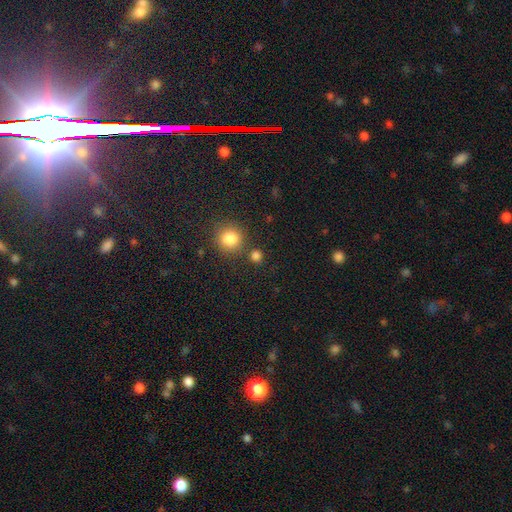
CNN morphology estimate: smooth-or-featured: smooth: 79% | star or artifact: 17% | featured or disk: 5%
  how-rounded: round: 89% | in between: 10% | cigar-shaped: 1%
  merging: none: 77% | merger: 11% | minor disturbance: 8% | major disturbance: 3%